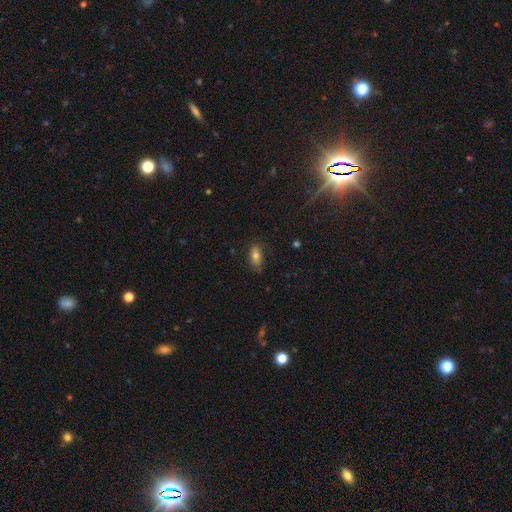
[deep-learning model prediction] smooth 75%, featured or disk 16%, star or artifact 10%. Down the decision tree: how rounded — in between (85%); merging — none (74%).